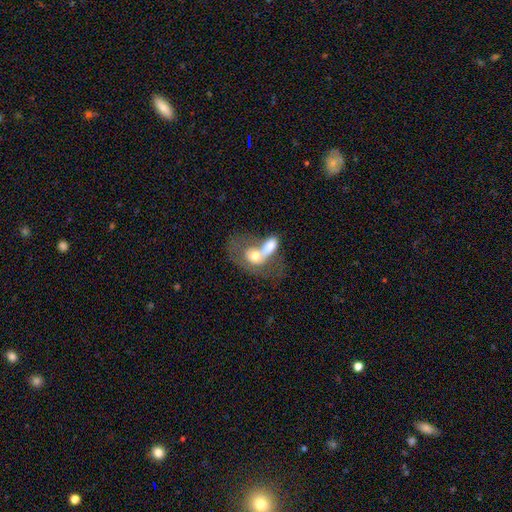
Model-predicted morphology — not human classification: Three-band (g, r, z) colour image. It shows a smooth galaxy with no disk features (50%). Merging: merger (77%).